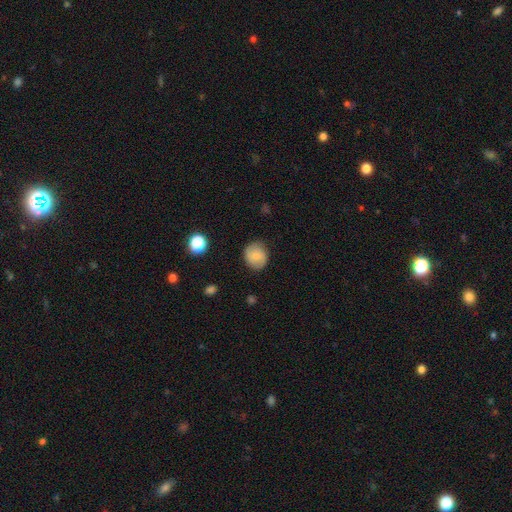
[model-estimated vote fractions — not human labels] smooth 71%, featured or disk 21%, star or artifact 8%. Down the decision tree: how rounded — round (73%); merging — none (81%).